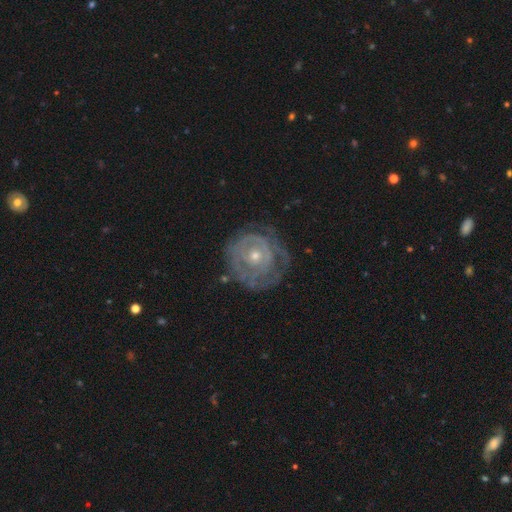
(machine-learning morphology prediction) smooth_or_featured: featured or disk (p=0.76) [alt: smooth p=0.17]
disk_edge_on: no (p=0.97) [alt: yes p=0.03]
bar: no (p=0.82) [alt: weak p=0.15]
has_spiral_arms: yes (p=0.70) [alt: no p=0.30]
spiral_winding: tight (p=0.77) [alt: medium p=0.16]
spiral_arm_count: can't tell (p=0.56) [alt: 2 p=0.16]
bulge_size: small (p=0.56) [alt: moderate p=0.41]
merging: none (p=0.62) [alt: minor disturbance p=0.22]